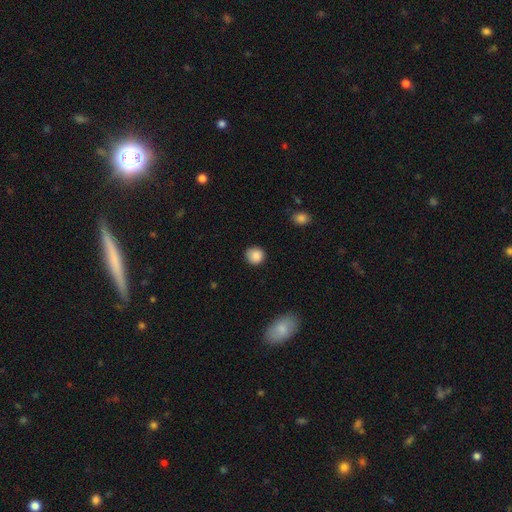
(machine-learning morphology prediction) Smooth or featured? Predicted: smooth (p=0.88). How rounded? Predicted: round (p=0.91). Merging? Predicted: none (p=0.87).